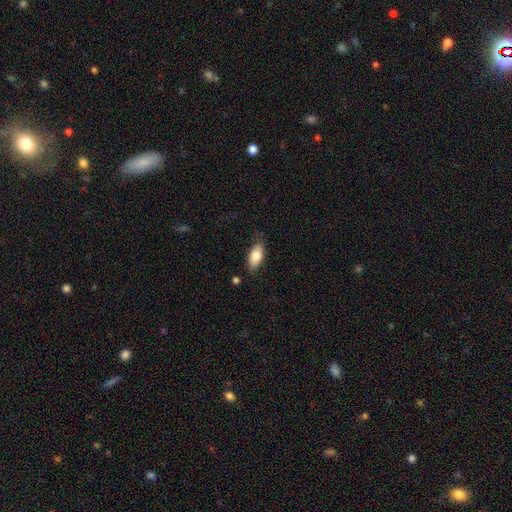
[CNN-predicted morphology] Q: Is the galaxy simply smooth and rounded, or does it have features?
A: smooth — 78%.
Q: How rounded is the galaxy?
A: in between — 87%.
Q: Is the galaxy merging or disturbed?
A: none — 76%.